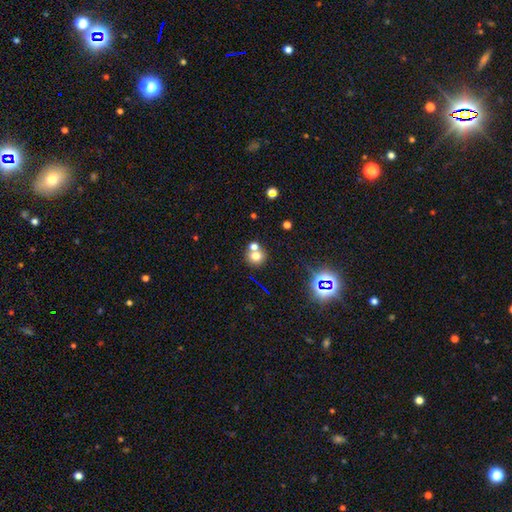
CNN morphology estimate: This appears to be a smooth galaxy with no disk features (70%) that is round (86%). Merging: none (51%).